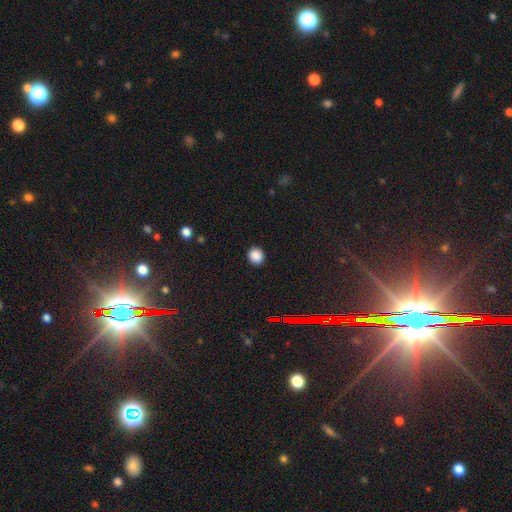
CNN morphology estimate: Smooth or featured?
  - smooth: 87% *
  - star or artifact: 10%
  - featured or disk: 3%
How rounded?
  - round: 70% *
  - in between: 29%
  - cigar-shaped: 1%
Merging?
  - none: 90% *
  - minor disturbance: 7%
  - major disturbance: 2%
  - merger: 1%